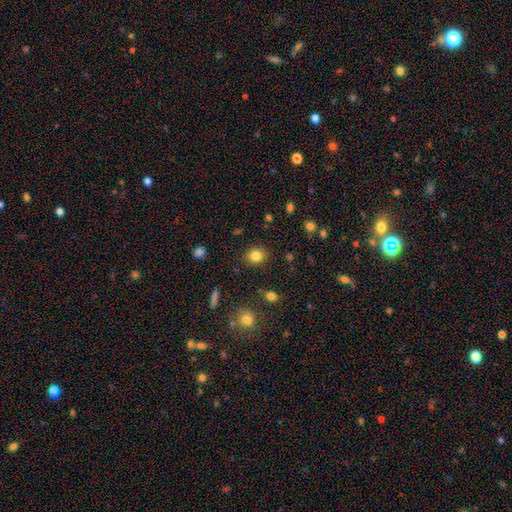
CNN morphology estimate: Smooth or featured? smooth (82%)
How rounded? round (76%)
Merging? none (89%)